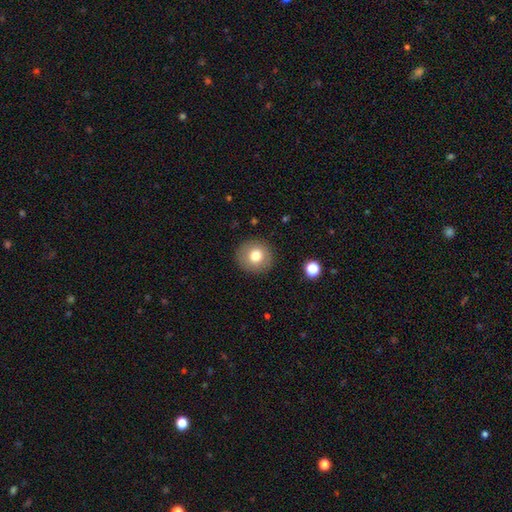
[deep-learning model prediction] The model was most divided on "smooth or featured": smooth: 76%, featured or disk: 14%, star or artifact: 9%. More confident: how rounded — round (92%); merging — none (90%).